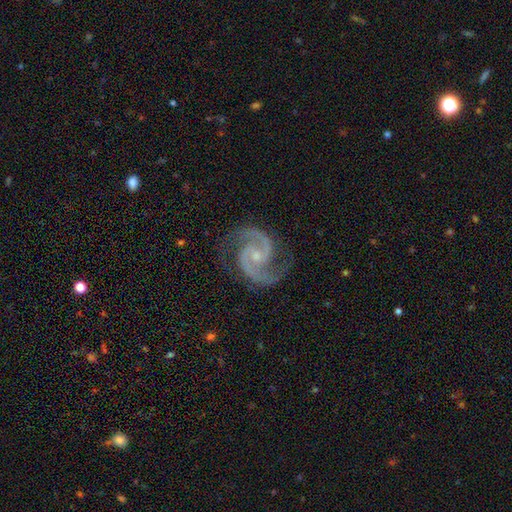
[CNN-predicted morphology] This is clearly a featured or disk galaxy (94%). It is clearly not viewed edge-on (98%). Bar: possibly no (58%). Spiral arm pattern: clearly yes (99%). Spiral arm count: clearly 2 (94%). Spiral winding: likely medium (65%). Central bulge: likely small (66%). Merging: clearly none (82%).